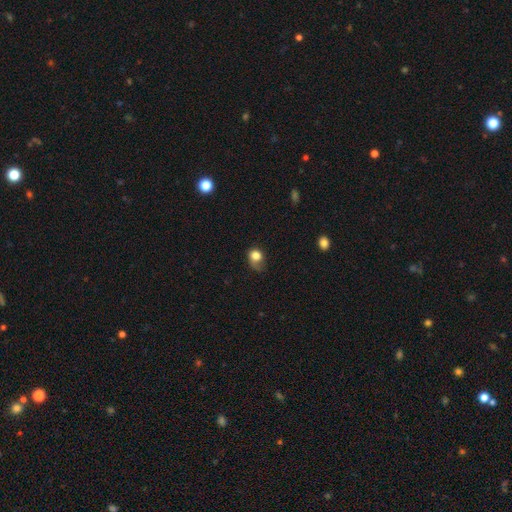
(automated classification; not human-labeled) Overall: smooth (79%). How rounded: round (61%; in between 38%). Merging: minor disturbance (35%; none 34%).